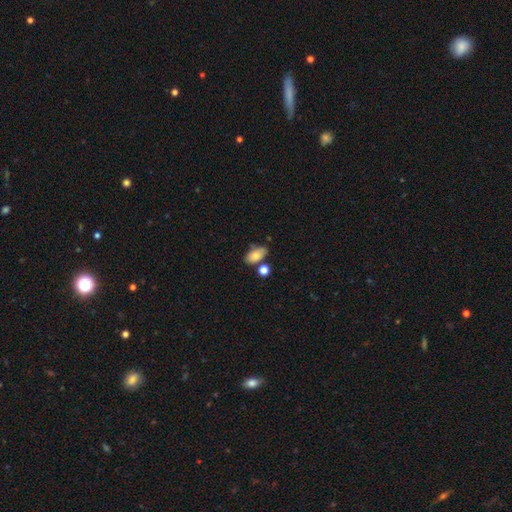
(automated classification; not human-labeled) Overall: smooth (75%). How rounded: in between (91%). Merging: none (68%).